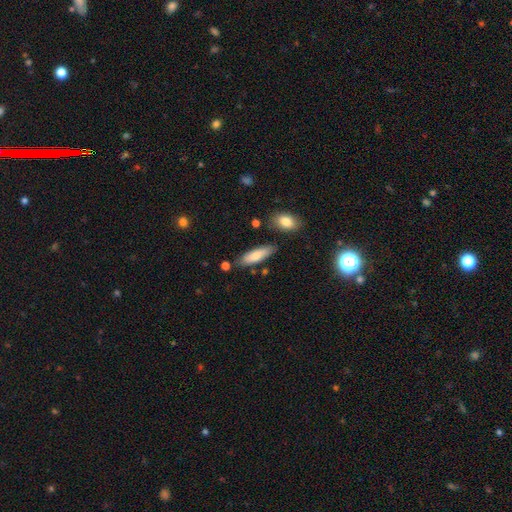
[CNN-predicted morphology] This is likely a smooth galaxy (79%). How rounded: possibly in between (50%). Merging: likely none (79%).